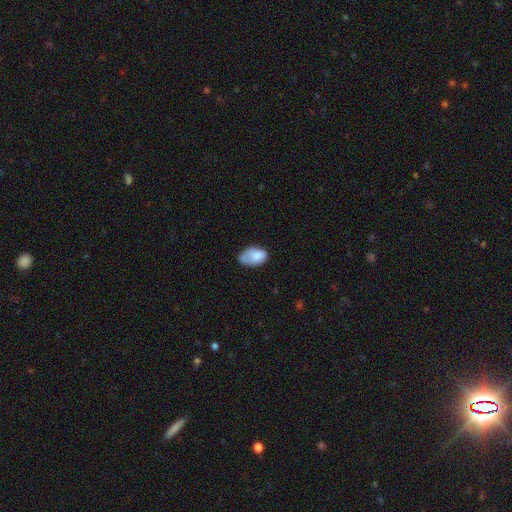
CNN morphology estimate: A smooth galaxy with no disk features (79%) that is in between round and cigar-shaped (90%).

Vote fractions:
- Smooth or featured? smooth: 79% / featured or disk: 13% / star or artifact: 8%
- How rounded? in between: 90% / round: 9% / cigar-shaped: 1%
- Merging? none: 40% / minor disturbance: 38% / major disturbance: 14% / merger: 8%